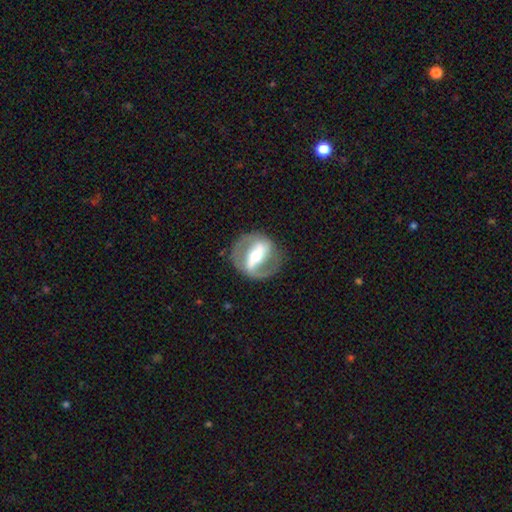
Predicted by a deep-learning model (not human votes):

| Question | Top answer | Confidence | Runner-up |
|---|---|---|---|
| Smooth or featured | featured or disk | 83% | smooth (13%) |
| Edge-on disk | no | 93% | yes (7%) |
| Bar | strong | 68% | weak (20%) |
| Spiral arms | yes | 77% | no (23%) |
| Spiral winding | medium | 46% | tight (28%) |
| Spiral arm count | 2 | 85% | 1 (6%) |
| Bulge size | moderate | 62% | small (26%) |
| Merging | none | 79% | minor disturbance (12%) |